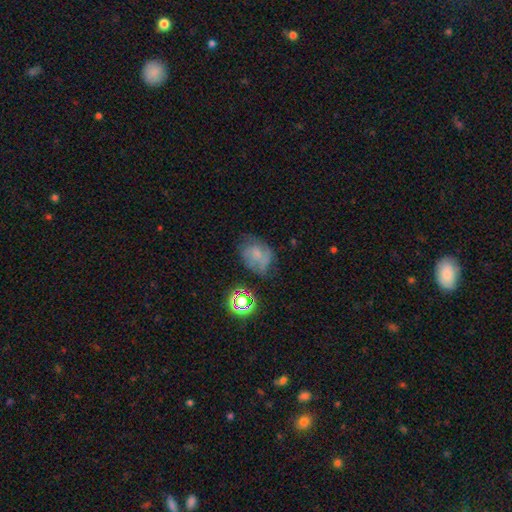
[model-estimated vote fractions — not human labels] smooth-or-featured: featured or disk: 45% | smooth: 36% | star or artifact: 18%
  merging: none: 52% | minor disturbance: 27% | major disturbance: 16% | merger: 5%